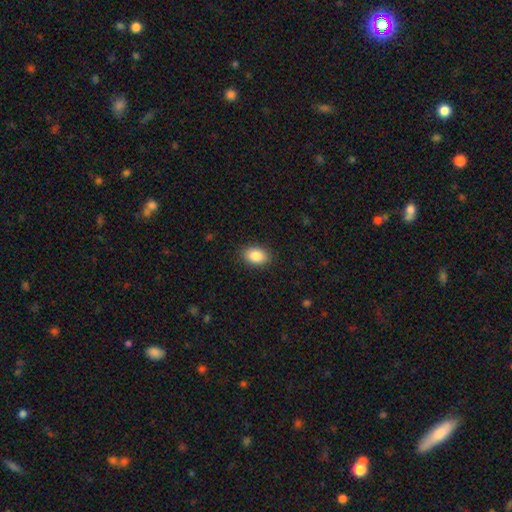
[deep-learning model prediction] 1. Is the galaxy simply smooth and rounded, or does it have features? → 87% smooth, 8% star or artifact, 5% featured or disk.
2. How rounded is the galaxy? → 83% in between, 16% round, 1% cigar-shaped.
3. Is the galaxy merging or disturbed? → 88% none, 9% minor disturbance, 2% major disturbance, 1% merger.